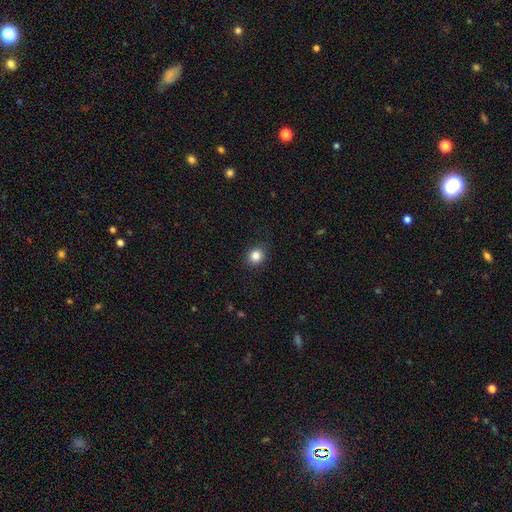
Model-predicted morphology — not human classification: Smooth or featured: smooth — 84% (star or artifact — 10%)
How rounded: round — 79% (in between — 20%)
Merging: none — 88% (minor disturbance — 9%)